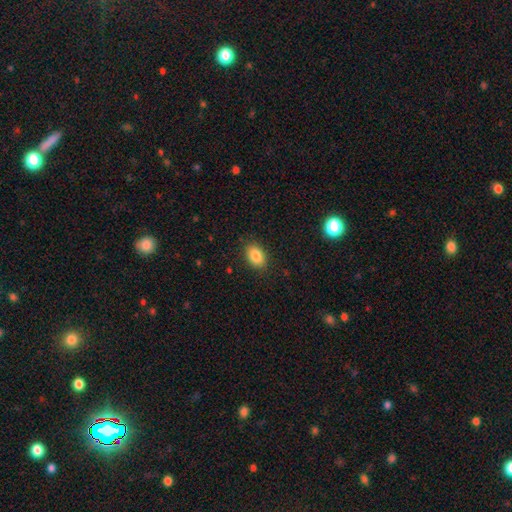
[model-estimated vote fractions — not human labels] Q: Smooth or featured?
A: smooth (85%); runner-up: star or artifact (9%)
Q: How rounded?
A: in between (82%); runner-up: round (17%)
Q: Merging?
A: none (87%); runner-up: minor disturbance (9%)